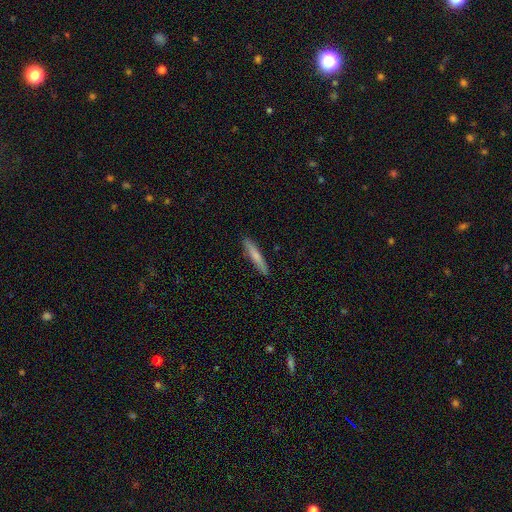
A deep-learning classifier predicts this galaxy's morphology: Overall: smooth (72%). How rounded: cigar-shaped (93%). Merging: none (90%).